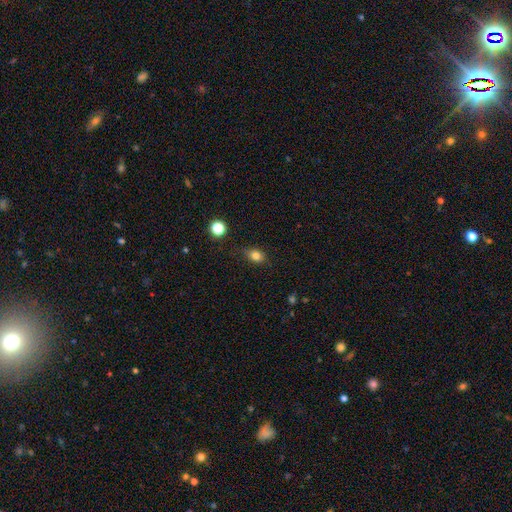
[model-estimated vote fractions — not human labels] This appears to be a smooth galaxy with no disk features (82%) that is in between round and cigar-shaped (65%). Merging: none (77%).